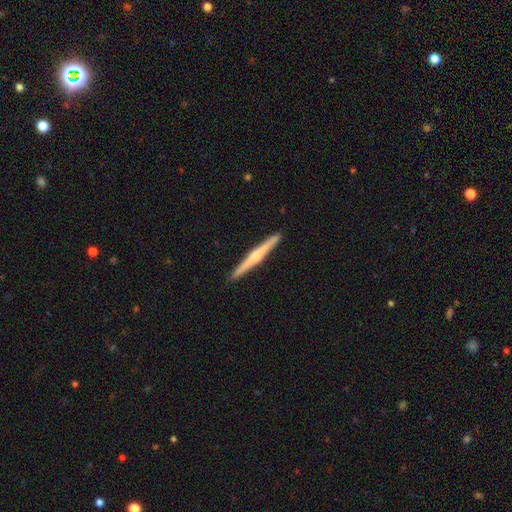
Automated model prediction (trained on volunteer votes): Smooth or featured?
  - featured or disk: 73% *
  - smooth: 23%
  - star or artifact: 5%
Edge-on disk?
  - yes: 98% *
  - no: 2%
Edge-on bulge?
  - rounded: 82% *
  - none: 11%
  - boxy: 6%
Merging?
  - none: 93% *
  - minor disturbance: 5%
  - major disturbance: 1%
  - merger: 1%